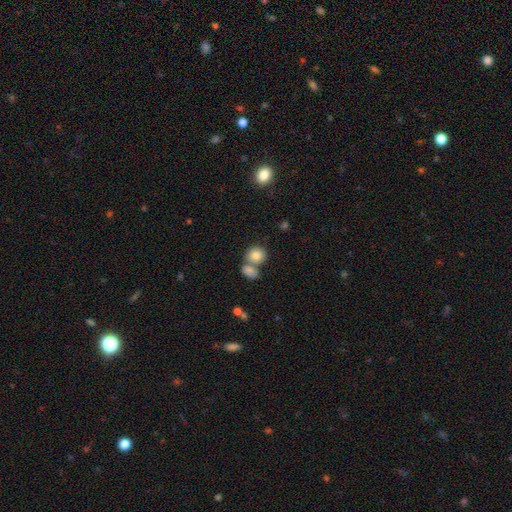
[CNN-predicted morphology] smooth-or-featured: smooth: 81% | featured or disk: 10% | star or artifact: 9%
  how-rounded: round: 72% | in between: 27% | cigar-shaped: 1%
  merging: none: 44% | merger: 43% | minor disturbance: 9% | major disturbance: 3%